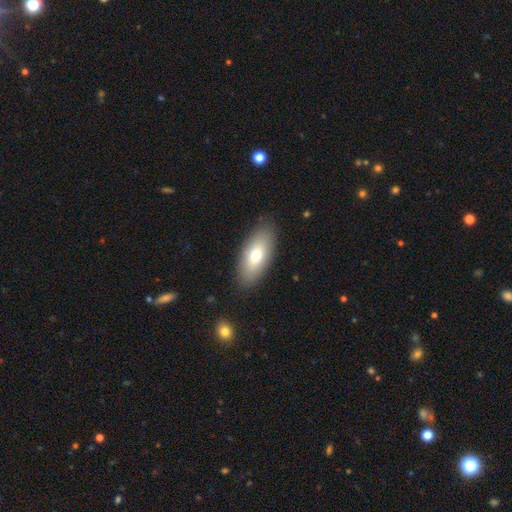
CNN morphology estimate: Smooth or featured? Predicted: smooth (p=0.73). How rounded? Predicted: in between (p=0.87). Merging? Predicted: none (p=0.86).